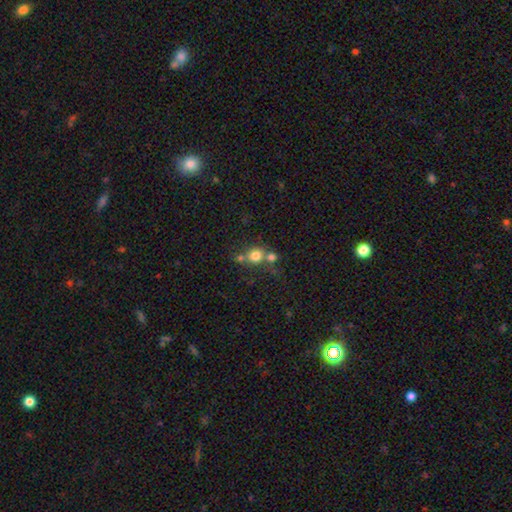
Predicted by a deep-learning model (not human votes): smooth_or_featured: smooth (p=0.77) [alt: star or artifact p=0.13]
how_rounded: round (p=0.85) [alt: in between p=0.14]
merging: none (p=0.49) [alt: merger p=0.38]